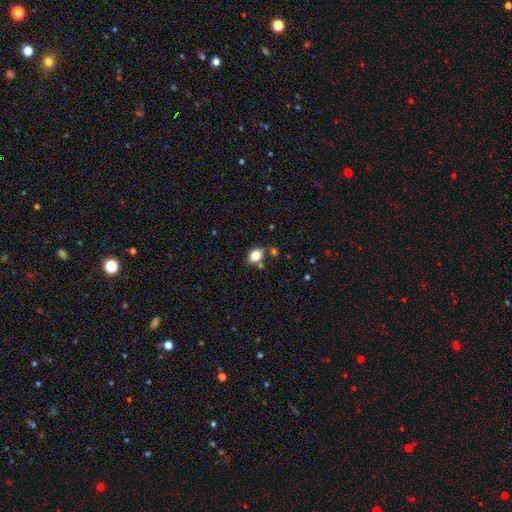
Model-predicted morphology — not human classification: smooth 80%, featured or disk 10%, star or artifact 9%. Down the decision tree: how rounded — in between (81%); merging — none (73%).